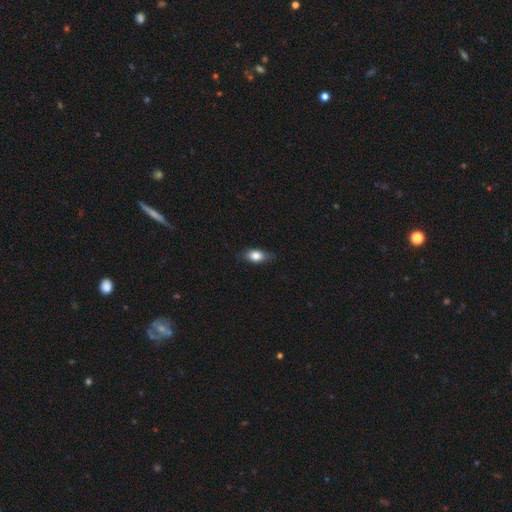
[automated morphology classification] Overall: smooth (78%). How rounded: in between (83%). Merging: none (76%).